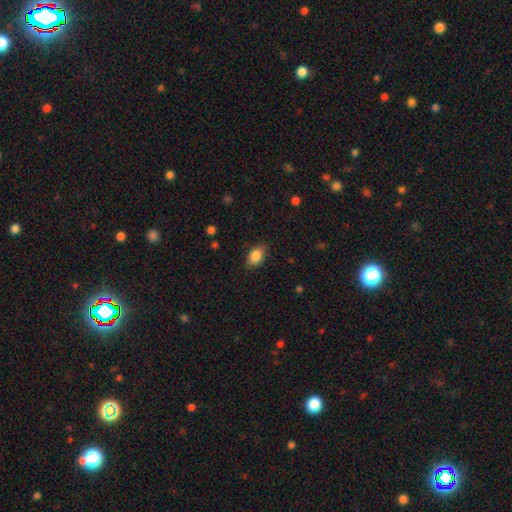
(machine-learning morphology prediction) Smooth or featured? smooth (87%)
How rounded? in between (86%)
Merging? none (83%)